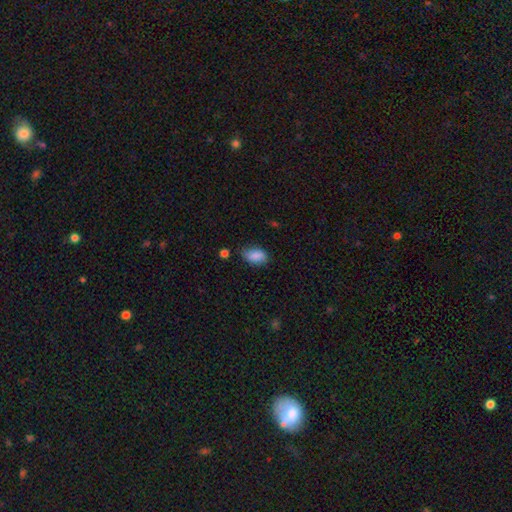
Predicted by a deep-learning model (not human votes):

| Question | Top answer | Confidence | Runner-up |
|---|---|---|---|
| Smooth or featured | smooth | 87% | star or artifact (8%) |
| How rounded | in between | 90% | round (8%) |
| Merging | none | 64% | minor disturbance (28%) |